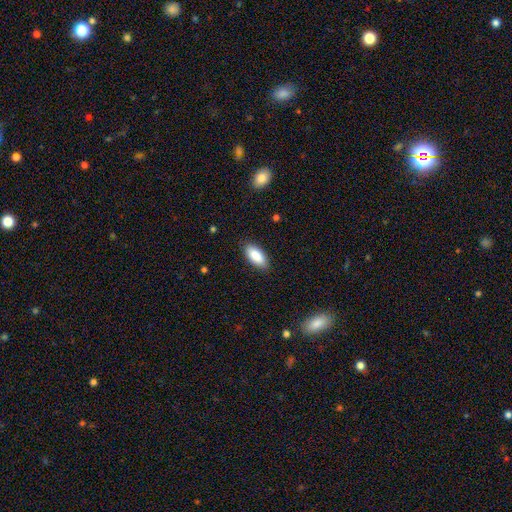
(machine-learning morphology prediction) smooth 88%, featured or disk 6%, star or artifact 6%. Down the decision tree: how rounded — in between (89%); merging — none (87%).